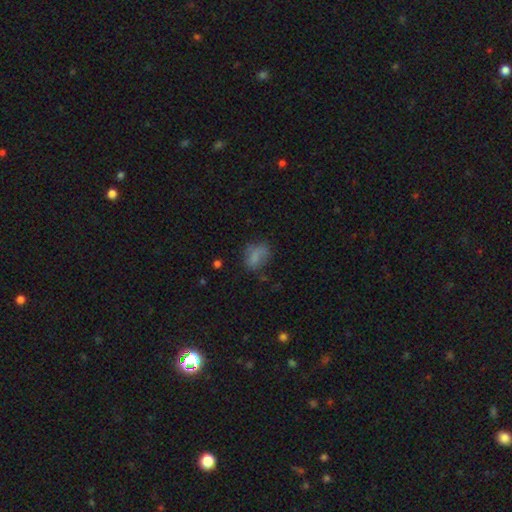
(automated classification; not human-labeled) This appears to be a smooth galaxy with no disk features (71%) that is in between round and cigar-shaped (76%). Merging: none (51%).